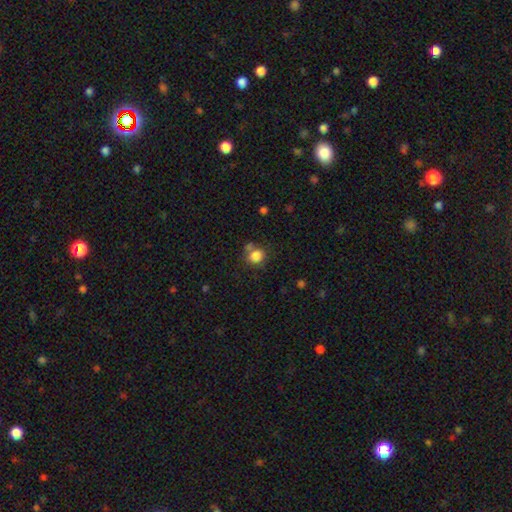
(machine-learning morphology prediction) smooth_or_featured: smooth (p=0.83) [alt: star or artifact p=0.11]
how_rounded: round (p=0.79) [alt: in between p=0.20]
merging: none (p=0.60) [alt: merger p=0.19]